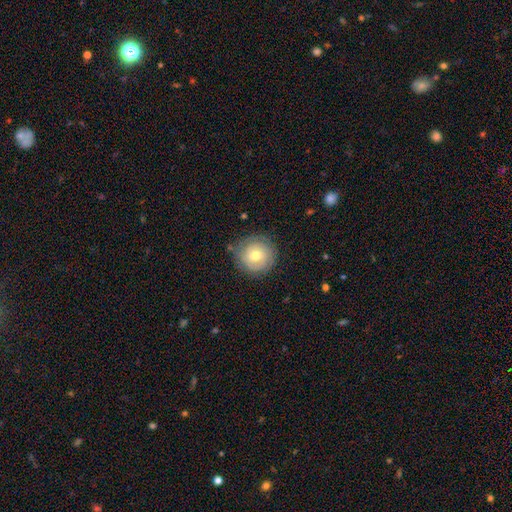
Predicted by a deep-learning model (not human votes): The model was most divided on "smooth or featured": smooth: 50%, featured or disk: 42%, star or artifact: 8%. More confident: how rounded — round (92%); merging — none (74%).